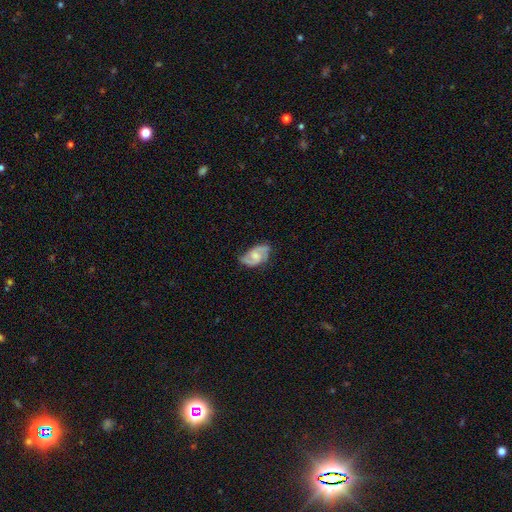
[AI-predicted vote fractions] A featured or disk galaxy (80%) with no bar (46%), 2 (89%) medium (54%) spiral arms (96%) and a moderate central bulge (41%).

Vote fractions:
- Smooth or featured? featured or disk: 80% / smooth: 14% / star or artifact: 6%
- Edge-on disk? no: 97% / yes: 3%
- Bar? no: 46% / weak: 45% / strong: 9%
- Spiral arms? yes: 96% / no: 4%
- Spiral winding? medium: 54% / tight: 26% / loose: 20%
- Spiral arm count? 2: 89% / can't tell: 4% / 3: 3% / 1: 2% / 4: 1% / more than 4: 1%
- Bulge size? moderate: 41% / small: 40% / none: 14% / large: 4% / dominant: 1%
- Merging? none: 72% / minor disturbance: 20% / major disturbance: 6% / merger: 1%